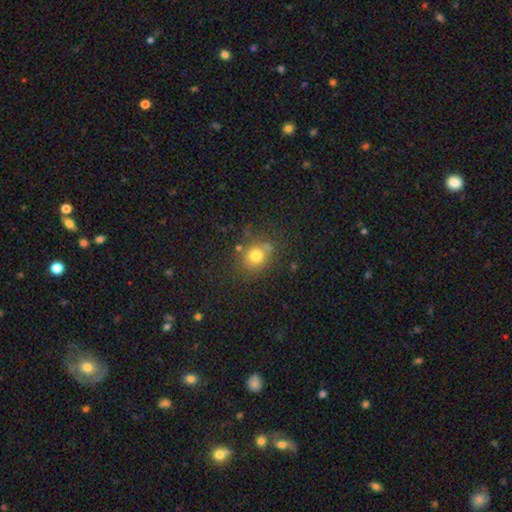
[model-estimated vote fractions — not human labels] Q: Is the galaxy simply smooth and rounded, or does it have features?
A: smooth — 75%.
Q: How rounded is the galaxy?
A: round — 73%.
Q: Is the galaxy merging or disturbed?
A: none — 71%.